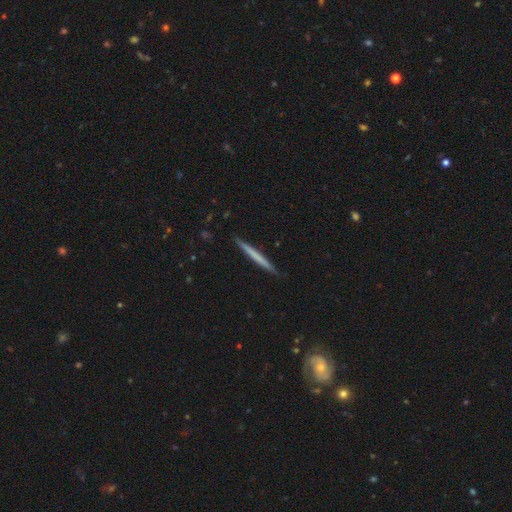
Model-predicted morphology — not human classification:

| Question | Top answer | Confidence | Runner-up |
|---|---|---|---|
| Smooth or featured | smooth | 55% | featured or disk (40%) |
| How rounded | cigar-shaped | 97% | in between (2%) |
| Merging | none | 91% | minor disturbance (7%) |